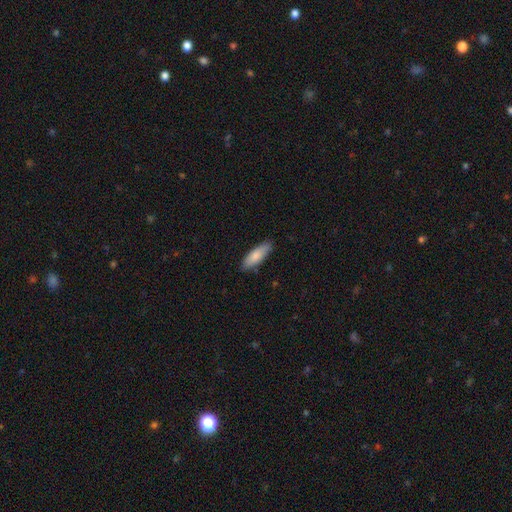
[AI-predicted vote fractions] Smooth or featured?
  - smooth: 82% *
  - featured or disk: 13%
  - star or artifact: 5%
How rounded?
  - in between: 56% *
  - cigar-shaped: 42%
  - round: 2%
Merging?
  - none: 85% *
  - minor disturbance: 12%
  - major disturbance: 2%
  - merger: 1%